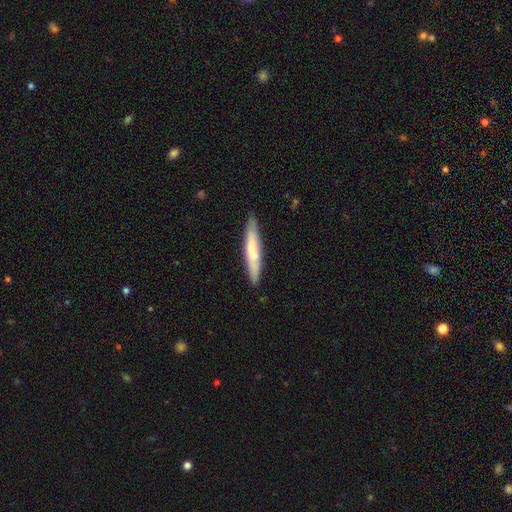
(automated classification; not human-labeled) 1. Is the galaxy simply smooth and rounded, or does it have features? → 62% smooth, 33% featured or disk, 5% star or artifact.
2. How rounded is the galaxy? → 92% cigar-shaped, 7% in between, 1% round.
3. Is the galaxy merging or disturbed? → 87% none, 10% minor disturbance, 2% major disturbance, 1% merger.